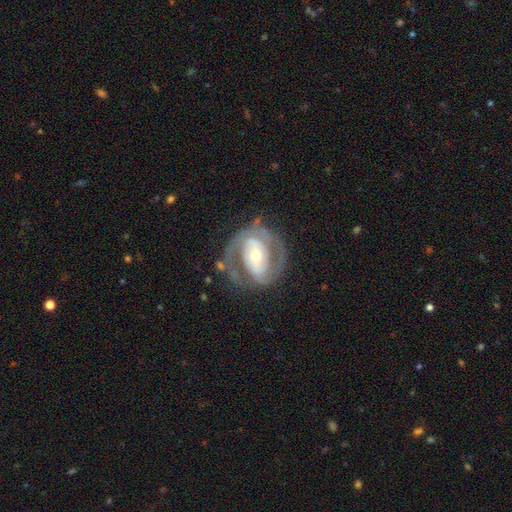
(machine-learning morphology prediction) Smooth or featured? featured or disk (83%)
Edge-on disk? no (96%)
Bar? no (39%)
Spiral arms? yes (83%)
Spiral winding? tight (44%)
Spiral arm count? 2 (77%)
Bulge size? moderate (55%)
Merging? none (65%)